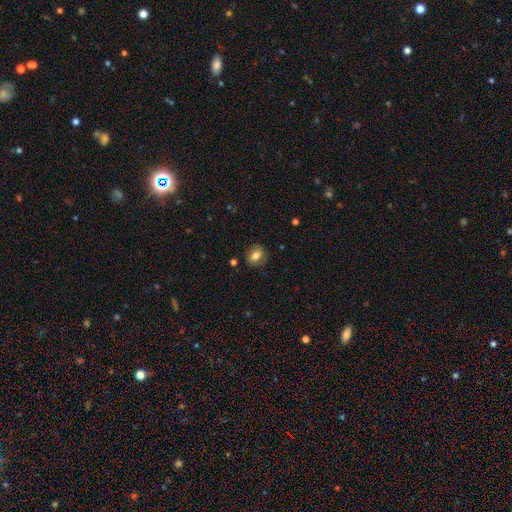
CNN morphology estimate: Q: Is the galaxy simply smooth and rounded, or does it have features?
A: smooth — 76%.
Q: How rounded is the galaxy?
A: in between — 56%.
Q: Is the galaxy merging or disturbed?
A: none — 81%.